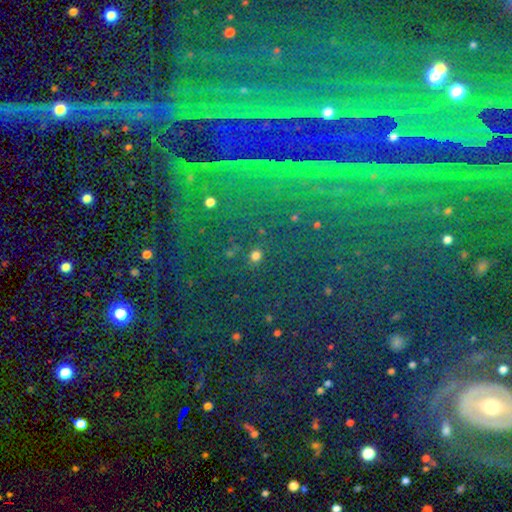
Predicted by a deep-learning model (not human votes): Smooth or featured? smooth (63%)
How rounded? round (75%)
Merging? none (81%)